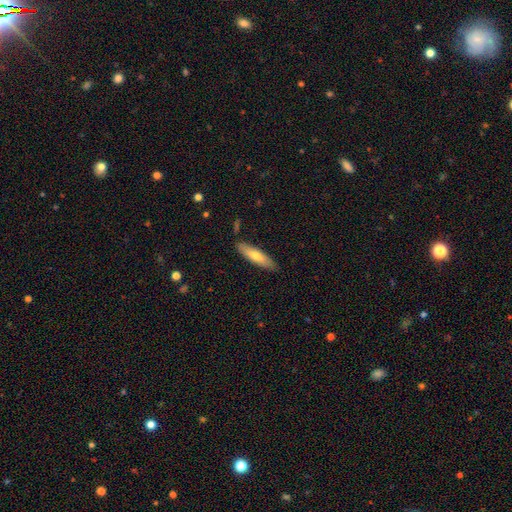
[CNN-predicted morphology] type=smooth (62%); roundness=cigar-shaped (71%); merging=none (86%).